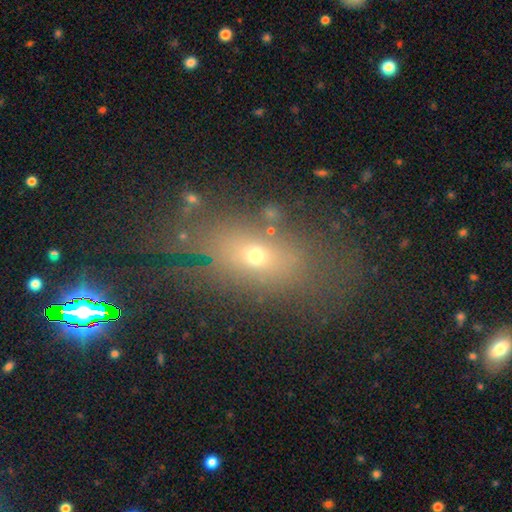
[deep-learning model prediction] smooth 52%, star or artifact 26%, featured or disk 21%. Down the decision tree: how rounded — in between (69%); merging — none (67%).